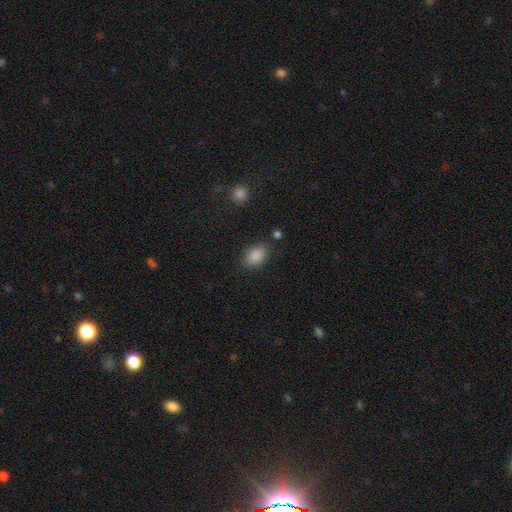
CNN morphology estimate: The model was most divided on "merging": none: 78%, minor disturbance: 15%, major disturbance: 4%, merger: 3%. More confident: smooth or featured — smooth (87%); how rounded — in between (85%).